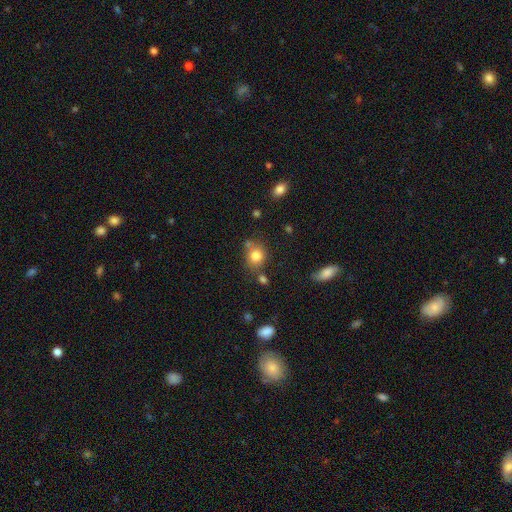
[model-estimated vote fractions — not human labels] This is clearly a smooth galaxy (80%). How rounded: likely round (73%). Merging: likely none (64%).